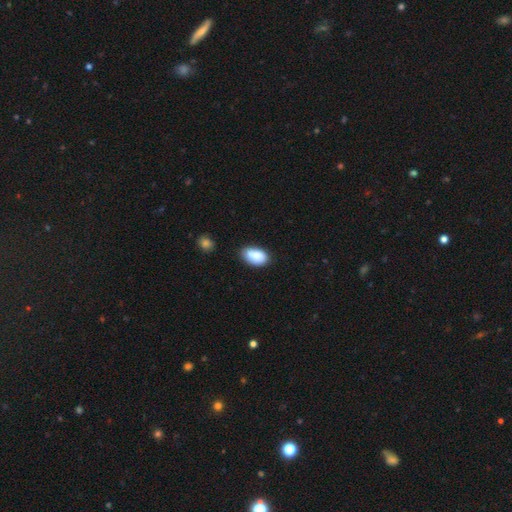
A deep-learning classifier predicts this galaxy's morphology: Overall: smooth (86%). How rounded: in between (92%). Merging: none (69%).